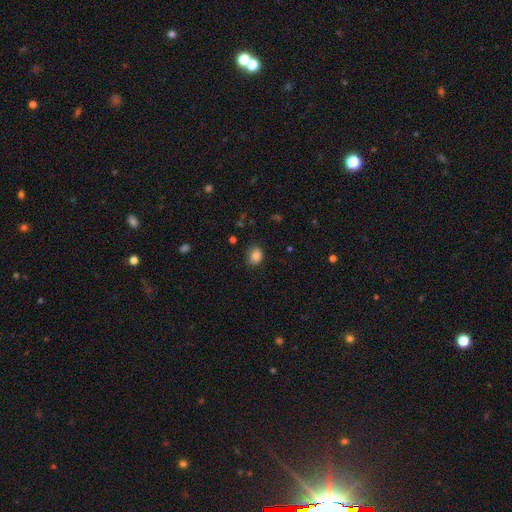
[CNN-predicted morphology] Smooth or featured? smooth (86%)
How rounded? in between (50%)
Merging? none (76%)